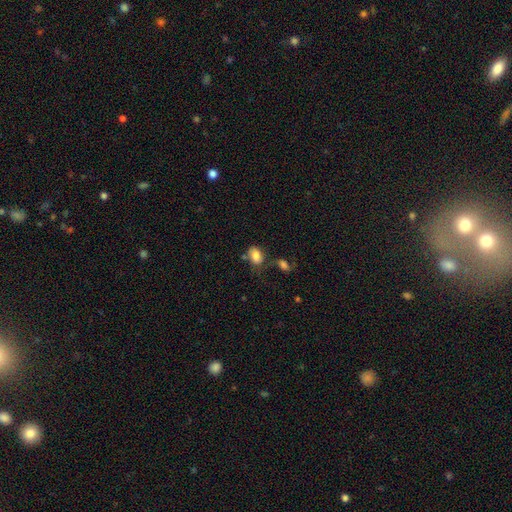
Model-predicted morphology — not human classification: type=smooth (81%); roundness=in between (79%); merging=none (50%).